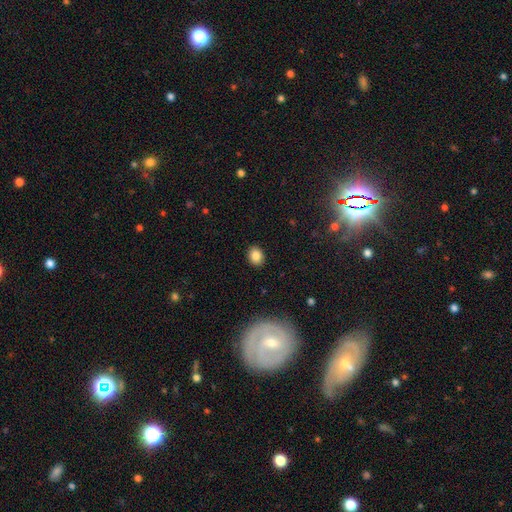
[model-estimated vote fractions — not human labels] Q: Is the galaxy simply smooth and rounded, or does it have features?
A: smooth — 86%.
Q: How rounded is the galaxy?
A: in between — 56%.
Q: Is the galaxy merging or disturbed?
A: none — 90%.